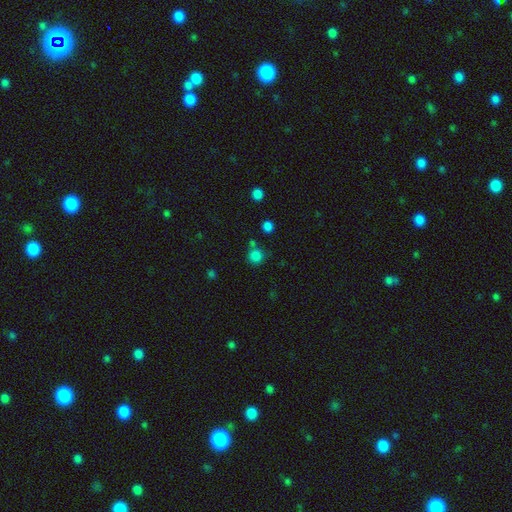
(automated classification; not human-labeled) A smooth galaxy with no disk features (81%) that is round (91%).

Vote fractions:
- Smooth or featured? smooth: 81% / star or artifact: 14% / featured or disk: 5%
- How rounded? round: 91% / in between: 8% / cigar-shaped: 1%
- Merging? none: 71% / merger: 14% / minor disturbance: 11% / major disturbance: 4%